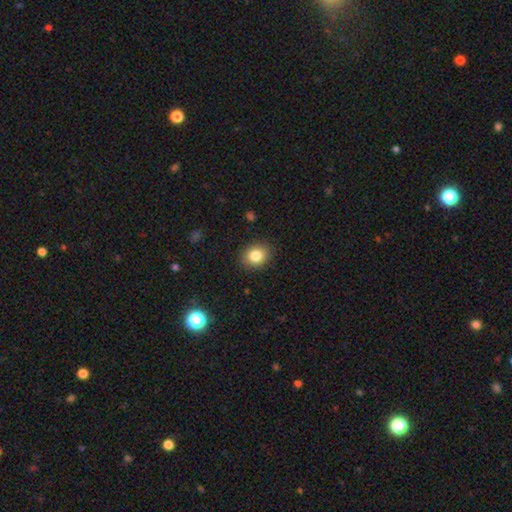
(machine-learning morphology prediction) Smooth or featured?
  - smooth: 84% *
  - star or artifact: 10%
  - featured or disk: 6%
How rounded?
  - round: 59% *
  - in between: 40%
  - cigar-shaped: 1%
Merging?
  - none: 89% *
  - minor disturbance: 8%
  - major disturbance: 2%
  - merger: 1%